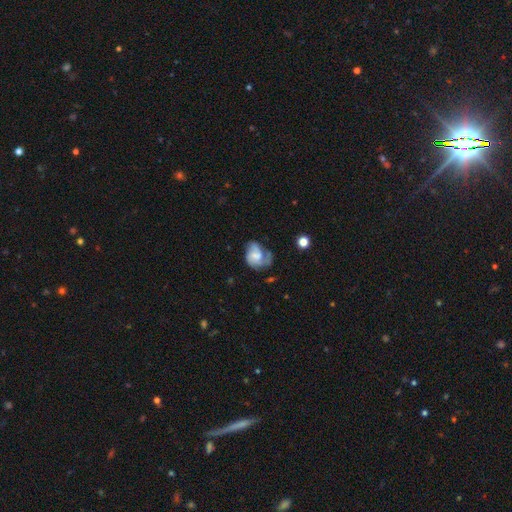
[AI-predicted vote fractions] Overall: featured or disk (59%; smooth 33%). Edge-on disk: no (98%). Bar: no (65%; weak 29%). Spiral arms: yes (80%). Bulge size: moderate (33%; small 28%). Merging: none (35%; major disturbance 31%).